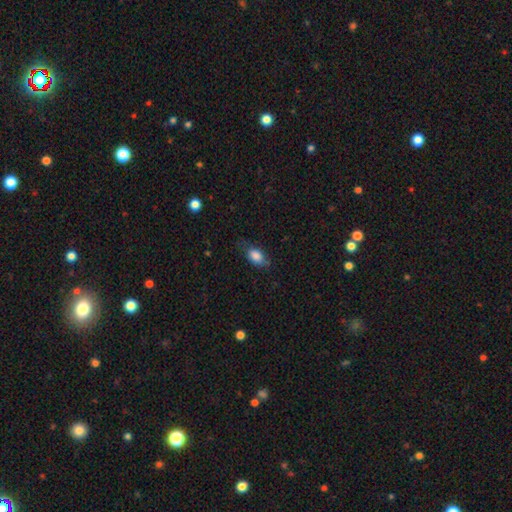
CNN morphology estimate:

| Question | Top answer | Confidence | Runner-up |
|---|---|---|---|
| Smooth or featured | smooth | 82% | featured or disk (10%) |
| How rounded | in between | 86% | round (8%) |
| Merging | none | 65% | minor disturbance (26%) |